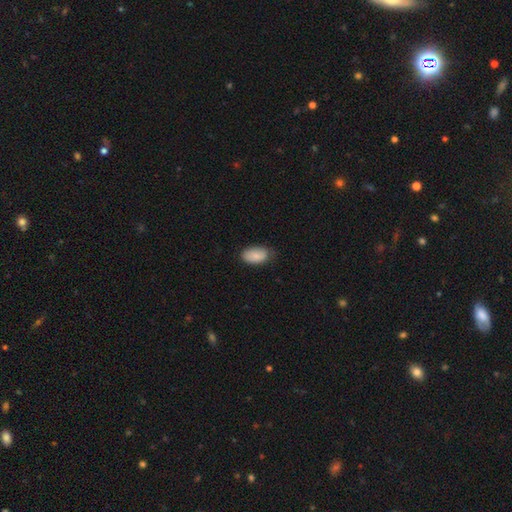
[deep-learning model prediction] Smooth or featured? smooth (85%)
How rounded? in between (94%)
Merging? none (70%)